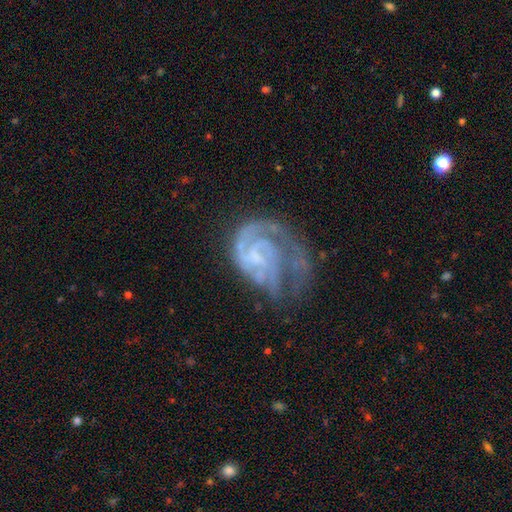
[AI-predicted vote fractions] A featured or disk galaxy (83%) with no bar (54%), 2 (34%) tight (50%) spiral arms (92%) and no central bulge (41%).

Vote fractions:
- Smooth or featured? featured or disk: 83% / smooth: 10% / star or artifact: 7%
- Edge-on disk? no: 98% / yes: 2%
- Bar? no: 54% / weak: 37% / strong: 8%
- Spiral arms? yes: 92% / no: 8%
- Spiral winding? tight: 50% / medium: 37% / loose: 13%
- Spiral arm count? 2: 34% / can't tell: 23% / 1: 19% / 3: 16% / 4: 4% / more than 4: 4%
- Bulge size? none: 41% / small: 38% / moderate: 17% / large: 3% / dominant: 1%
- Merging? none: 39% / major disturbance: 35% / minor disturbance: 23% / merger: 4%